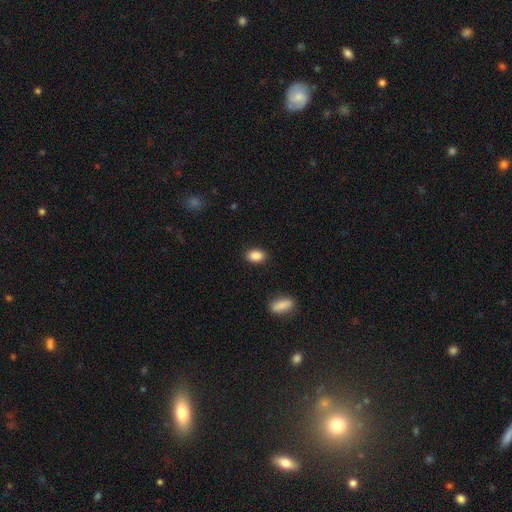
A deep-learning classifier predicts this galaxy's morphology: Smooth or featured? smooth (88%)
How rounded? in between (86%)
Merging? none (87%)